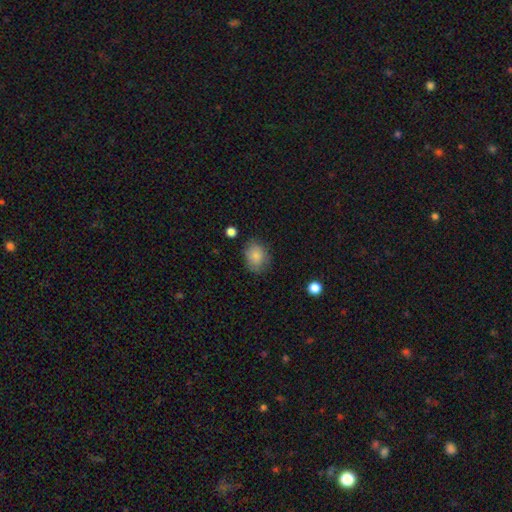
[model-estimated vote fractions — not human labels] Smooth or featured?
  - smooth: 86% *
  - star or artifact: 8%
  - featured or disk: 6%
How rounded?
  - in between: 56% *
  - round: 43%
  - cigar-shaped: 1%
Merging?
  - none: 76% *
  - minor disturbance: 17%
  - major disturbance: 5%
  - merger: 2%